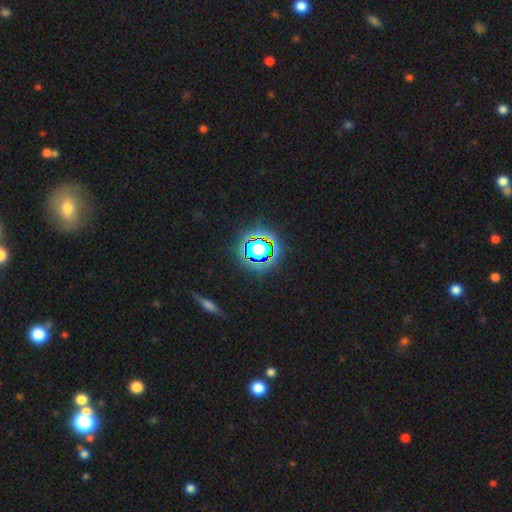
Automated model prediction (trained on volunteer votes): Smooth or featured? star or artifact (62%)